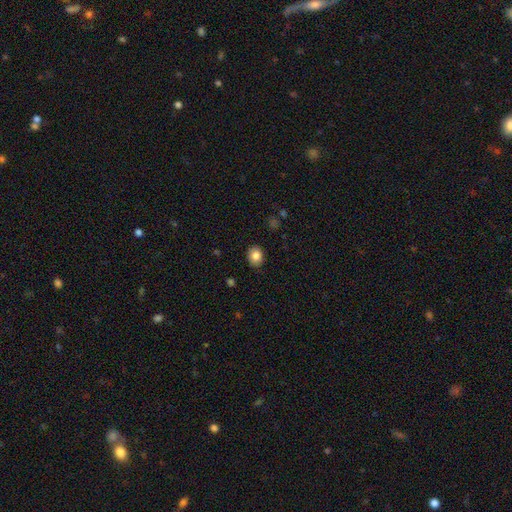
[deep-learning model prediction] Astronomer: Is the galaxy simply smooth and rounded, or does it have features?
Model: smooth — 84%.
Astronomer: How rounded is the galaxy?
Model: round — 56% (runner-up: in between, 43%).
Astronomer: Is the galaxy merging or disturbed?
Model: none — 88%.